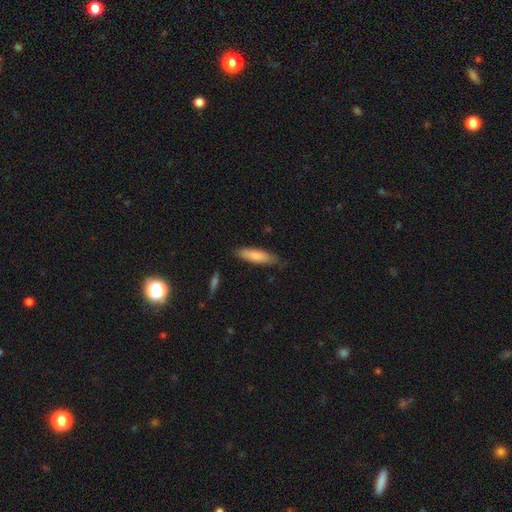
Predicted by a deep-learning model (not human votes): Smooth or featured: smooth — 80% (featured or disk — 14%)
How rounded: cigar-shaped — 62% (in between — 37%)
Merging: none — 76% (minor disturbance — 19%)